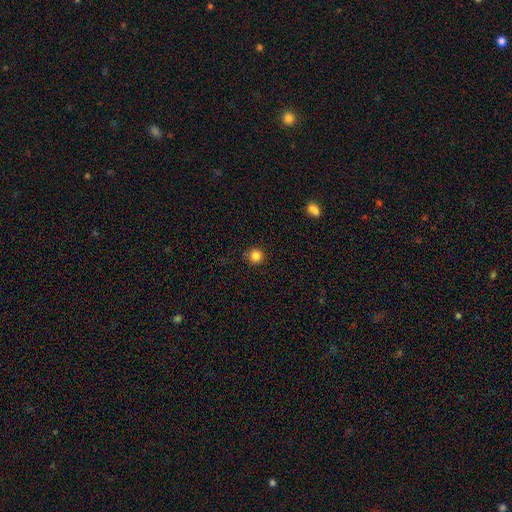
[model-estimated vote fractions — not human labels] Smooth or featured? Predicted: smooth (p=0.85). How rounded? Predicted: round (p=0.95). Merging? Predicted: none (p=0.90).